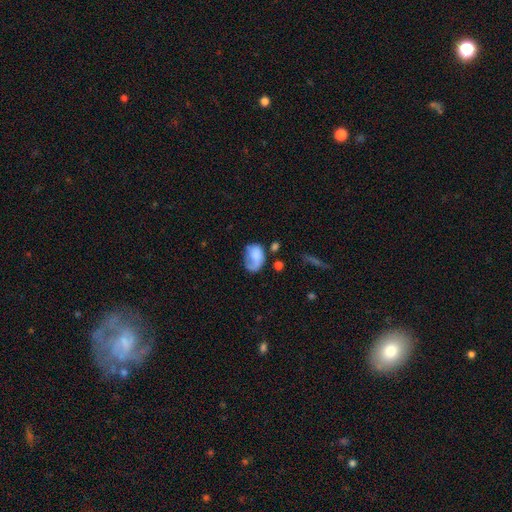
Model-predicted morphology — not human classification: This is likely a smooth galaxy (62%). How rounded: likely in between (77%). Merging: marginally none (39%).